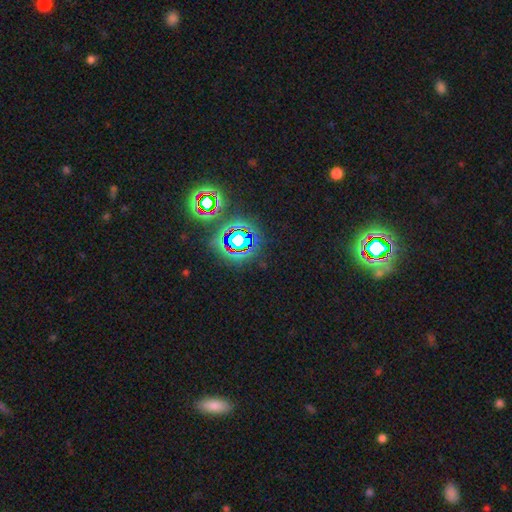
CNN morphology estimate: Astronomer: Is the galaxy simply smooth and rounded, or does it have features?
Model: star or artifact — 75%.